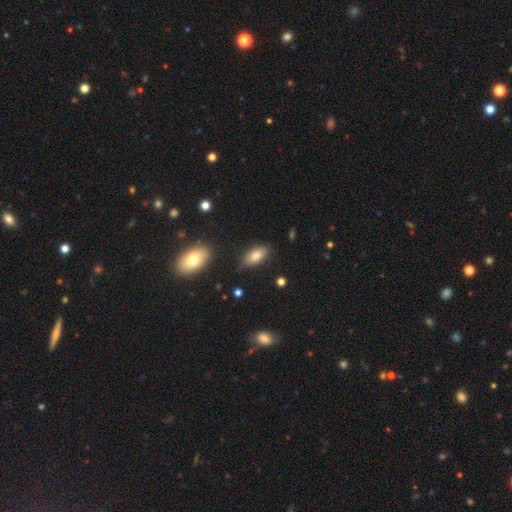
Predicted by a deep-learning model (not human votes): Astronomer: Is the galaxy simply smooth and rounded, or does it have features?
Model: smooth — 78%.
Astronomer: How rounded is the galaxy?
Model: in between — 91%.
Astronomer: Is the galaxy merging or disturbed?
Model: none — 77%.